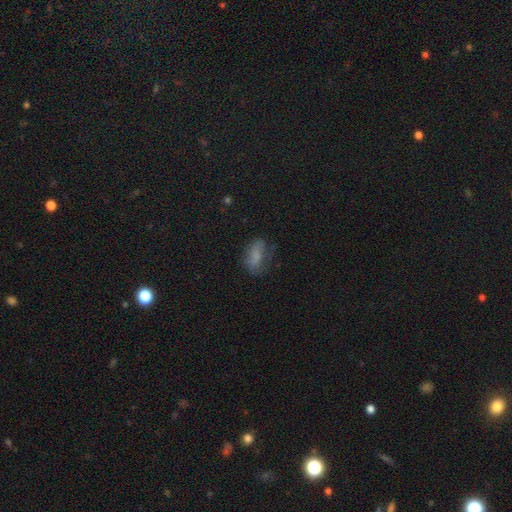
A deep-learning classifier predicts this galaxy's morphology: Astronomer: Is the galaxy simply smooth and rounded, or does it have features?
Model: smooth — 68%.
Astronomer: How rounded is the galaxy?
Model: in between — 86%.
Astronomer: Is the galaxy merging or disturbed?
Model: none — 51% (runner-up: minor disturbance, 28%).